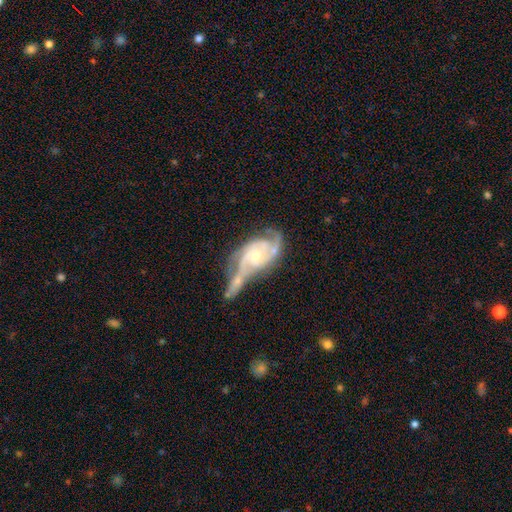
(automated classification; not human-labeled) Smooth or featured? Predicted: featured or disk (p=0.87). Edge-on disk? Predicted: no (p=0.96). Bar? Predicted: no (p=0.64). Spiral arms? Predicted: yes (p=0.96). Spiral winding? Predicted: medium (p=0.47). Spiral arm count? Predicted: 2 (p=0.66). Bulge size? Predicted: small (p=0.55). Merging? Predicted: merger (p=0.33).